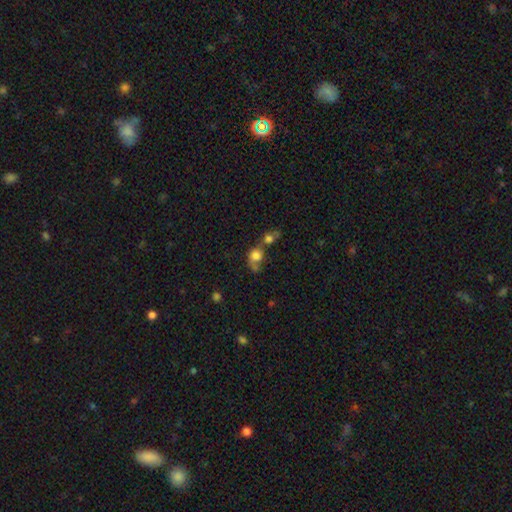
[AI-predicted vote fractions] smooth 77%, featured or disk 12%, star or artifact 11%. Down the decision tree: how rounded — round (72%); merging — merger (51%).